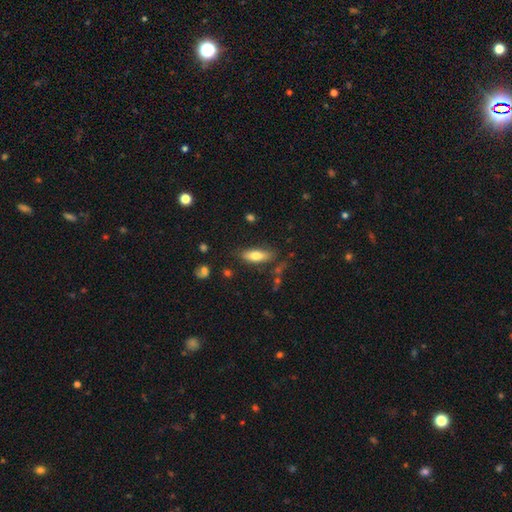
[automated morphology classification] Smooth or featured? smooth (72%)
How rounded? in between (65%)
Merging? none (75%)